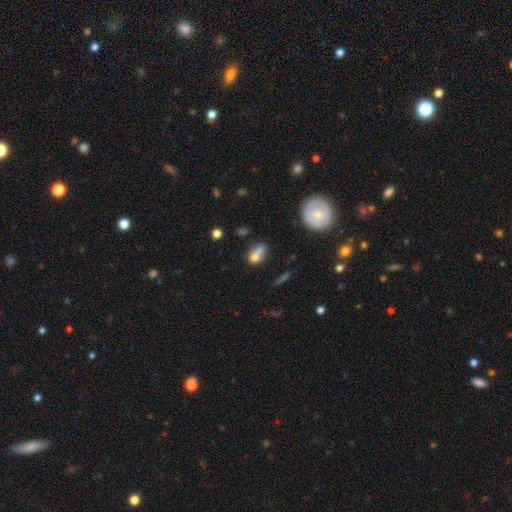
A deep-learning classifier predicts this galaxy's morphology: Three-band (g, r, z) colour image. It shows a smooth galaxy with no disk features (70%) that is in between round and cigar-shaped (69%). Merging: merger (39%).